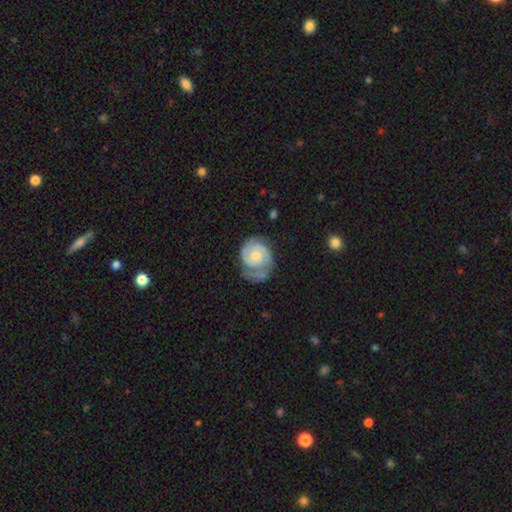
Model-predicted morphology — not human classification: Smooth or featured?
  - featured or disk: 79% *
  - smooth: 16%
  - star or artifact: 5%
Edge-on disk?
  - no: 98% *
  - yes: 2%
Bar?
  - no: 71% *
  - weak: 25%
  - strong: 4%
Spiral arms?
  - yes: 95% *
  - no: 5%
Spiral winding?
  - tight: 58% *
  - medium: 33%
  - loose: 9%
Spiral arm count?
  - 2: 68% *
  - can't tell: 12%
  - 1: 9%
  - 3: 8%
  - 4: 2%
  - more than 4: 2%
Bulge size?
  - small: 55% *
  - moderate: 33%
  - none: 6%
  - large: 4%
  - dominant: 1%
Merging?
  - none: 52% *
  - minor disturbance: 25%
  - major disturbance: 18%
  - merger: 4%